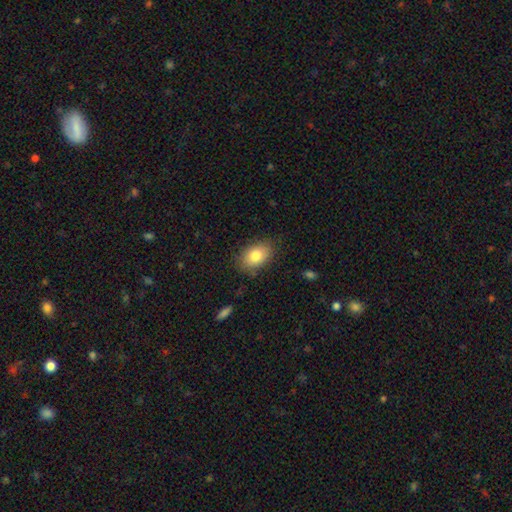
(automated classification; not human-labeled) This is clearly a smooth galaxy (81%). How rounded: clearly in between (86%). Merging: clearly none (81%).